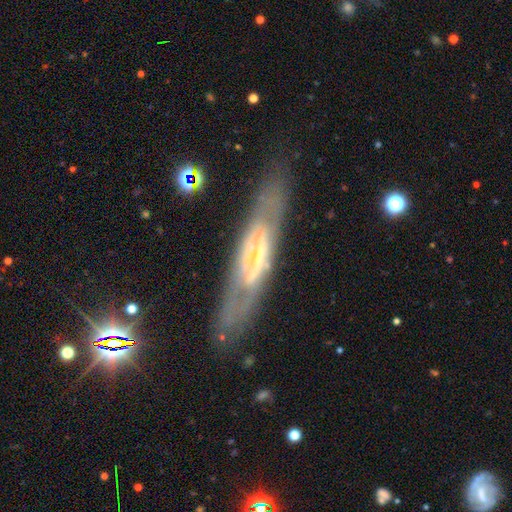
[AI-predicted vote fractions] Morphology: type=featured or disk (75%); edge-on=yes (55%); merging=none (76%).